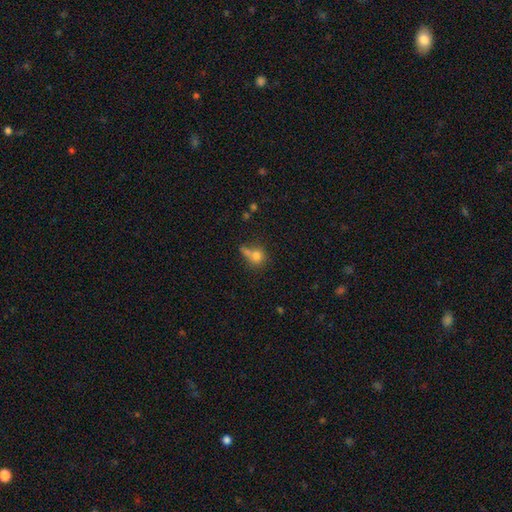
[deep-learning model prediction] Q: Smooth or featured?
A: smooth (75%); runner-up: featured or disk (12%)
Q: How rounded?
A: round (76%); runner-up: in between (22%)
Q: Merging?
A: none (42%); runner-up: merger (32%)